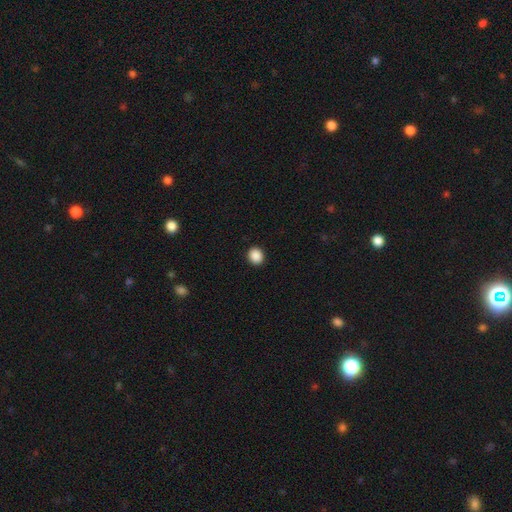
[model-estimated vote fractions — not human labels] Smooth or featured?
  - smooth: 89% *
  - star or artifact: 9%
  - featured or disk: 2%
How rounded?
  - round: 75% *
  - in between: 24%
  - cigar-shaped: 1%
Merging?
  - none: 92% *
  - minor disturbance: 5%
  - major disturbance: 2%
  - merger: 1%